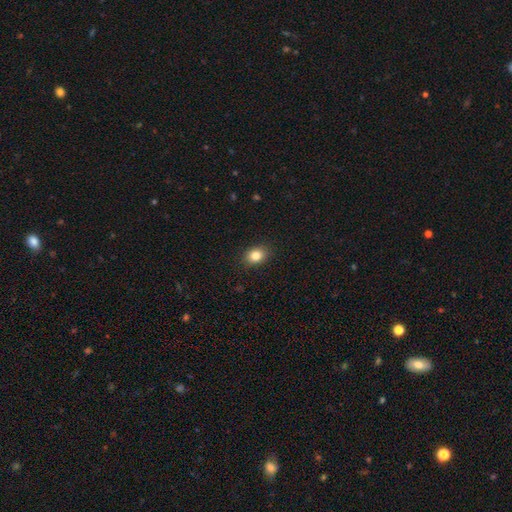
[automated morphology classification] smooth_or_featured: smooth (p=0.83) [alt: star or artifact p=0.10]
how_rounded: in between (p=0.61) [alt: round p=0.38]
merging: none (p=0.89) [alt: minor disturbance p=0.08]